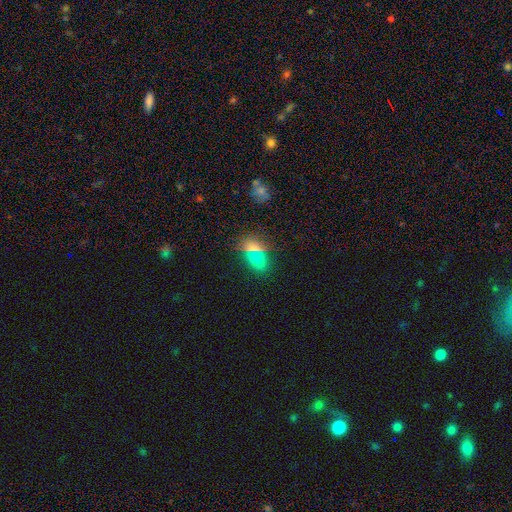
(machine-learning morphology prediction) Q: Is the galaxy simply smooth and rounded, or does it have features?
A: smooth — 67%.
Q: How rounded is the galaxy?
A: in between — 80%.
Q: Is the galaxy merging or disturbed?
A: none — 78%.